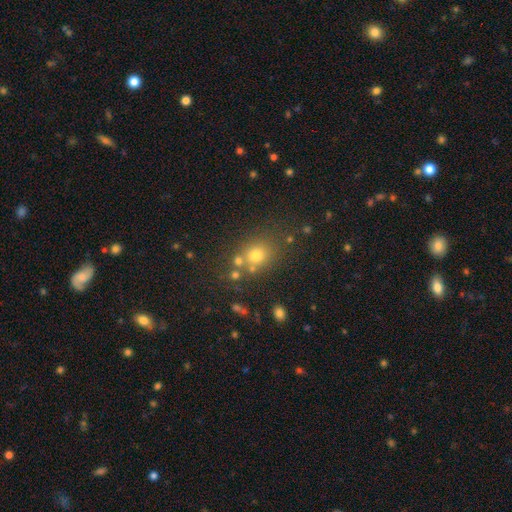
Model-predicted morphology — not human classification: type=smooth (69%); roundness=round (66%); merging=none (67%).